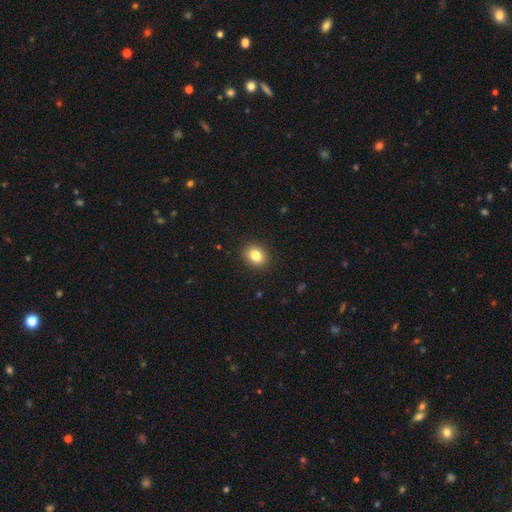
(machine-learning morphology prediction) A smooth galaxy with no disk features (83%) that is round (51%). Merging: none (90%).